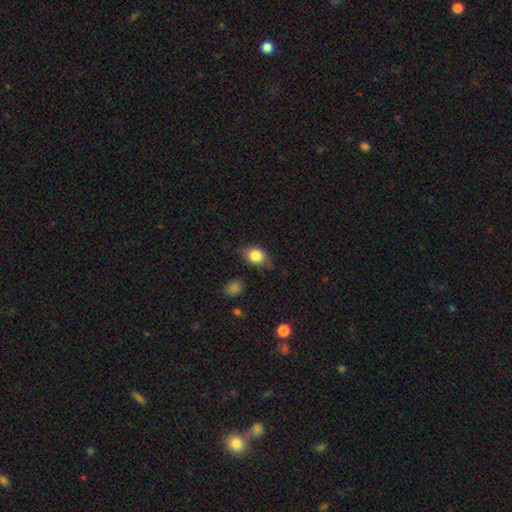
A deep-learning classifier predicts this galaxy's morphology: smooth_or_featured: smooth (p=0.82) [alt: featured or disk p=0.09]
how_rounded: in between (p=0.64) [alt: round p=0.34]
merging: none (p=0.69) [alt: minor disturbance p=0.23]